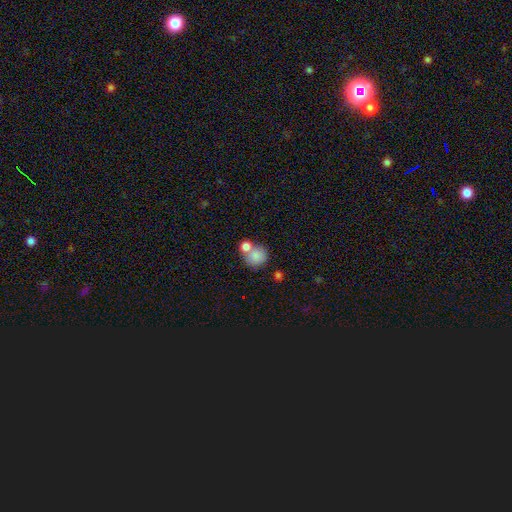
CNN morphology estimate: Smooth or featured: smooth — 82% (star or artifact — 9%)
How rounded: round — 84% (in between — 15%)
Merging: none — 45% (merger — 41%)